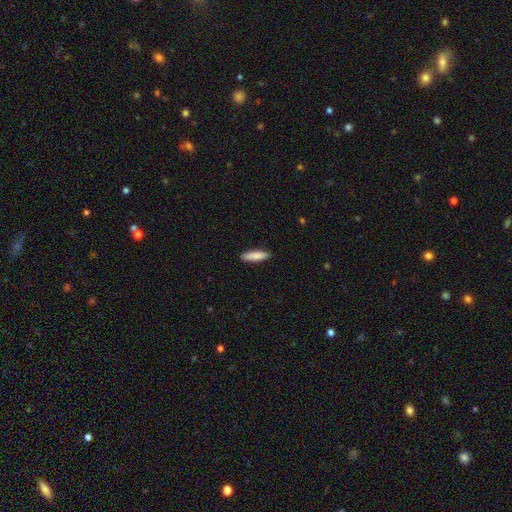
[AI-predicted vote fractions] Smooth or featured? Predicted: smooth (p=0.85). How rounded? Predicted: cigar-shaped (p=0.71). Merging? Predicted: none (p=0.89).